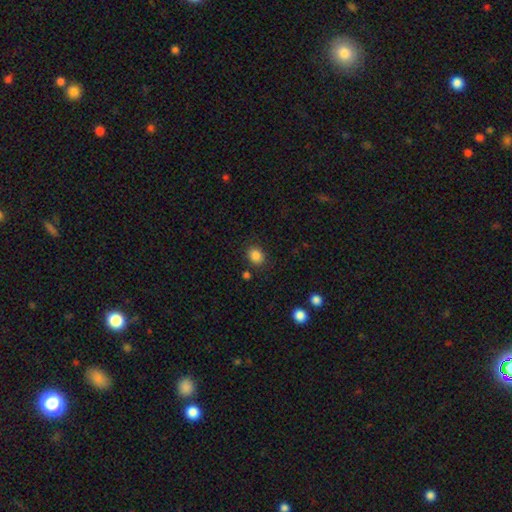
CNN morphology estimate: This appears to be a smooth galaxy with no disk features (85%) that is round (53%). Merging: none (82%).